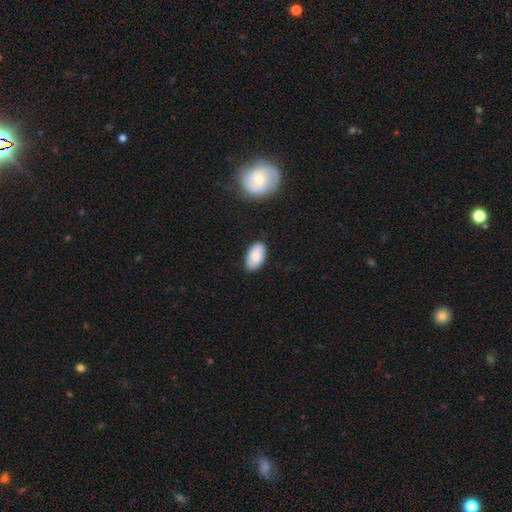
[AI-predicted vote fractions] A smooth galaxy with no disk features (84%) that is in between round and cigar-shaped (95%). Merging: none (83%).